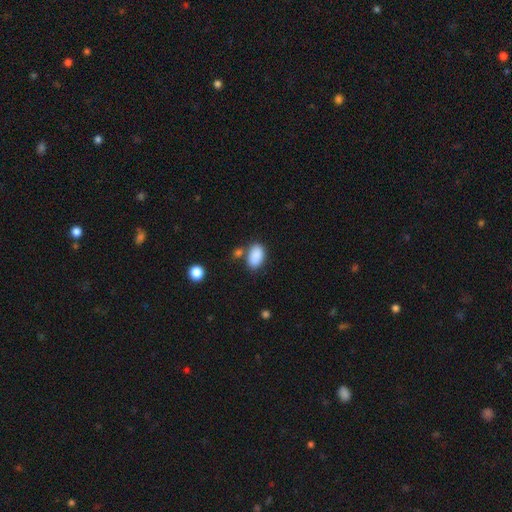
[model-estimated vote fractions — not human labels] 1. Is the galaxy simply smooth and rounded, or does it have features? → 89% smooth, 8% star or artifact, 4% featured or disk.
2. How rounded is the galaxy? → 91% in between, 7% round, 1% cigar-shaped.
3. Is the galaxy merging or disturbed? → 70% none, 14% minor disturbance, 11% merger, 4% major disturbance.